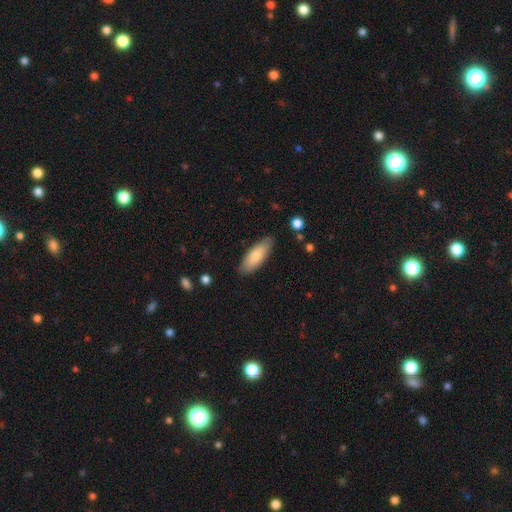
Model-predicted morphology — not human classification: Smooth or featured?
  - smooth: 83% *
  - featured or disk: 12%
  - star or artifact: 5%
How rounded?
  - in between: 68% *
  - cigar-shaped: 30%
  - round: 2%
Merging?
  - none: 85% *
  - minor disturbance: 12%
  - major disturbance: 2%
  - merger: 1%